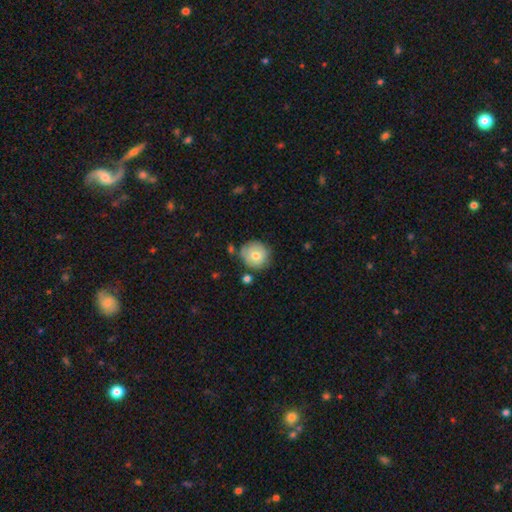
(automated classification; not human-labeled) A smooth galaxy with no disk features (73%) that is round (91%).

Vote fractions:
- Smooth or featured? smooth: 73% / featured or disk: 19% / star or artifact: 8%
- How rounded? round: 91% / in between: 8% / cigar-shaped: 1%
- Merging? none: 74% / minor disturbance: 16% / merger: 6% / major disturbance: 4%